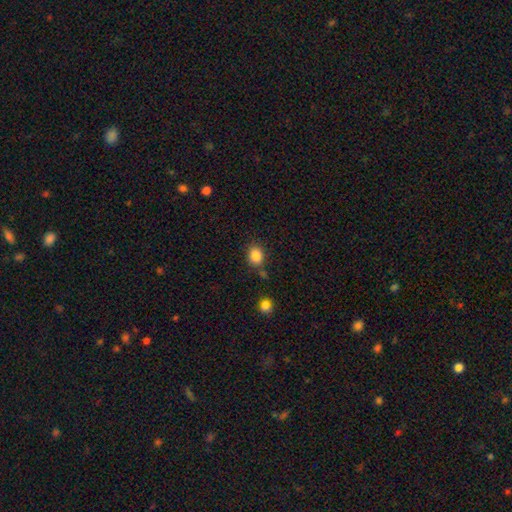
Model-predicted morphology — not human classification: type=smooth (85%); roundness=round (60%); merging=none (78%).